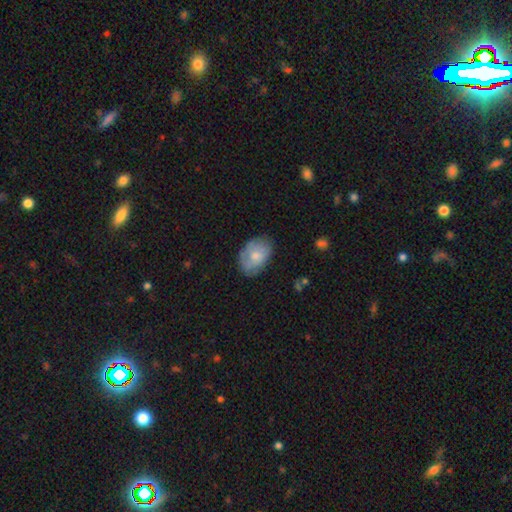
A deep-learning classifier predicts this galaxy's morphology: Overall: smooth (66%; featured or disk 27%). How rounded: in between (79%). Merging: none (67%).